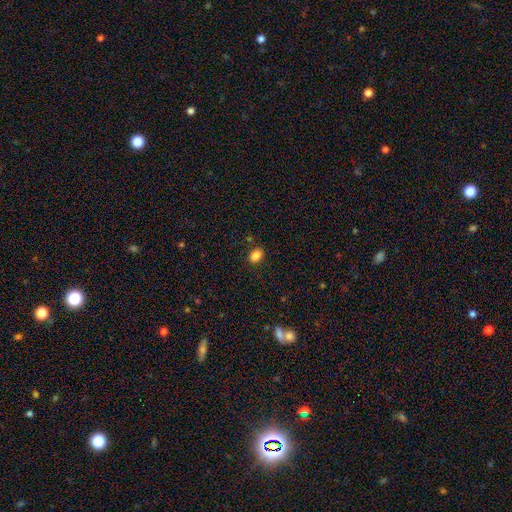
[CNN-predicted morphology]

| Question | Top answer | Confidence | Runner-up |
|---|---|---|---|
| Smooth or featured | smooth | 86% | star or artifact (10%) |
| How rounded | in between | 76% | round (23%) |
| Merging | none | 86% | minor disturbance (9%) |